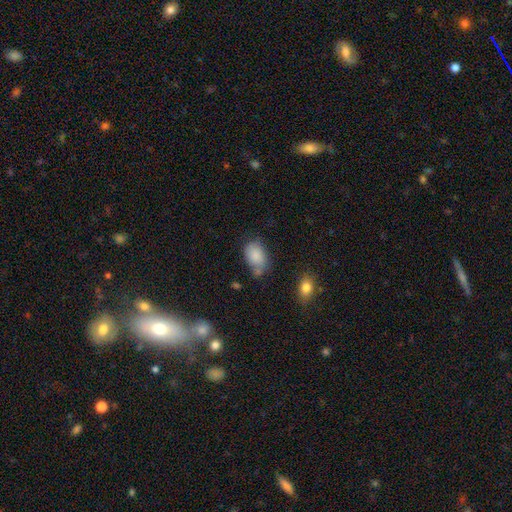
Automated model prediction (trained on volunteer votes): Morphology: type=smooth (83%); roundness=in between (85%); merging=none (47%).